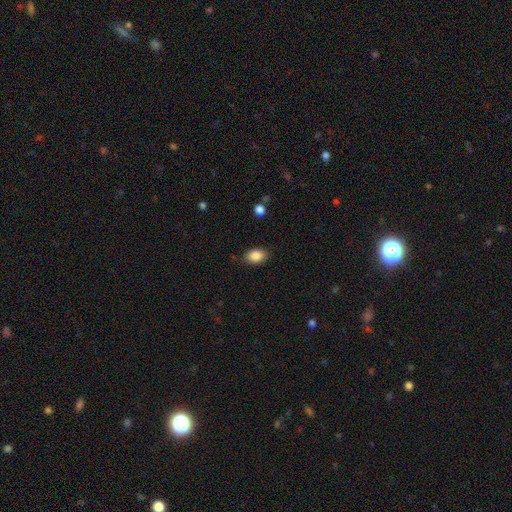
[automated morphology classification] The model was most divided on "merging": none: 83%, minor disturbance: 13%, major disturbance: 3%, merger: 1%. More confident: smooth or featured — smooth (87%); how rounded — in between (87%).